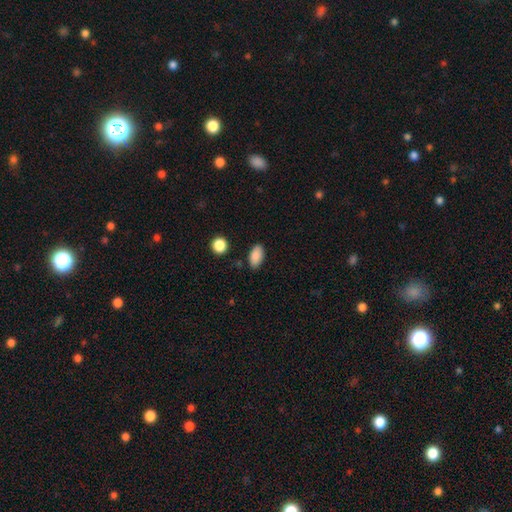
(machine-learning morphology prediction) smooth-or-featured: smooth: 88% | star or artifact: 8% | featured or disk: 4%
  how-rounded: in between: 92% | round: 5% | cigar-shaped: 3%
  merging: none: 84% | minor disturbance: 11% | major disturbance: 3% | merger: 2%